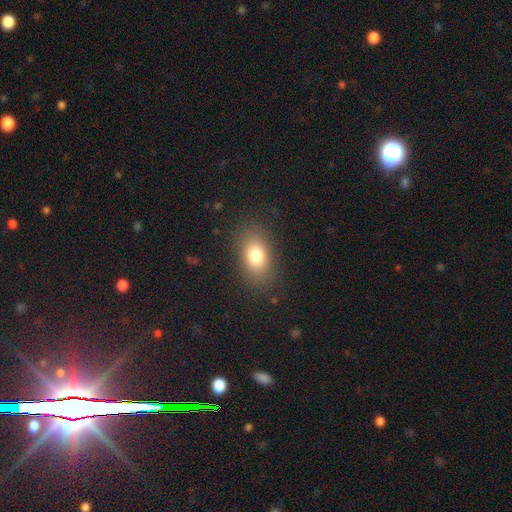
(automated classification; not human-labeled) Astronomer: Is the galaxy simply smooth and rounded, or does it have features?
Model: smooth — 78%.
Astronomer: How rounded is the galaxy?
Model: in between — 82%.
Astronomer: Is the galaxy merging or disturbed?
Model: none — 84%.